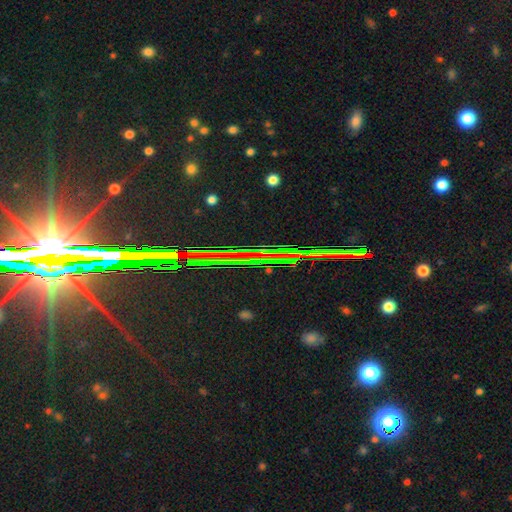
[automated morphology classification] Smooth or featured?
  - star or artifact: 77% *
  - featured or disk: 15%
  - smooth: 8%